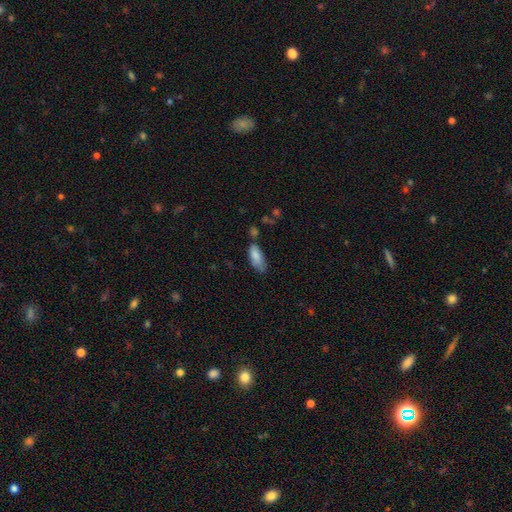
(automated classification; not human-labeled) Smooth or featured? smooth (82%)
How rounded? in between (77%)
Merging? none (49%)